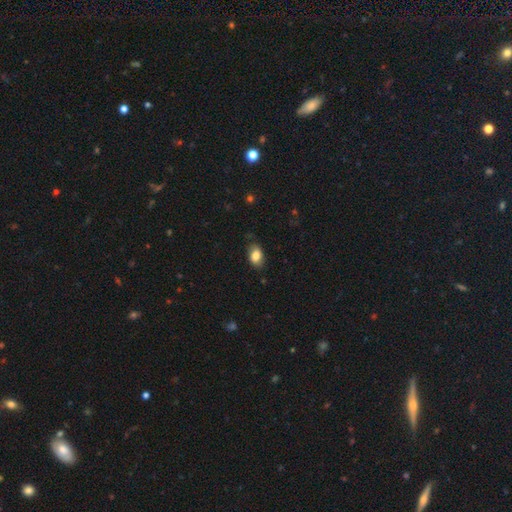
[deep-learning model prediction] Smooth or featured? Predicted: smooth (p=0.84). How rounded? Predicted: in between (p=0.88). Merging? Predicted: none (p=0.79).